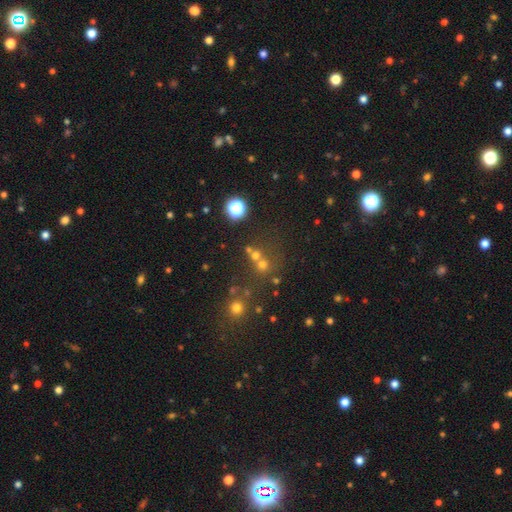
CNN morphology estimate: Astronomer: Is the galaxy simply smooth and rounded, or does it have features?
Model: smooth — 55% (runner-up: star or artifact, 33%).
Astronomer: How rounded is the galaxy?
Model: round — 85%.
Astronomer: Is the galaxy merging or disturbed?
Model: none — 56% (runner-up: merger, 31%).